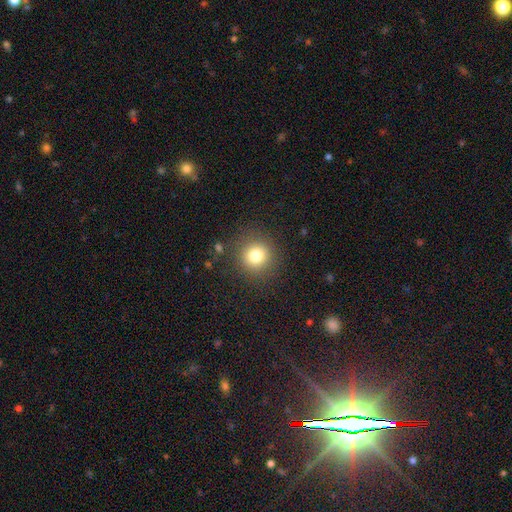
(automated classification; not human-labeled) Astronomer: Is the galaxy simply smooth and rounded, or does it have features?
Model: smooth — 78%.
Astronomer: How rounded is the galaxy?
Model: round — 93%.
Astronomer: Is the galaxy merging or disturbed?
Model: none — 88%.